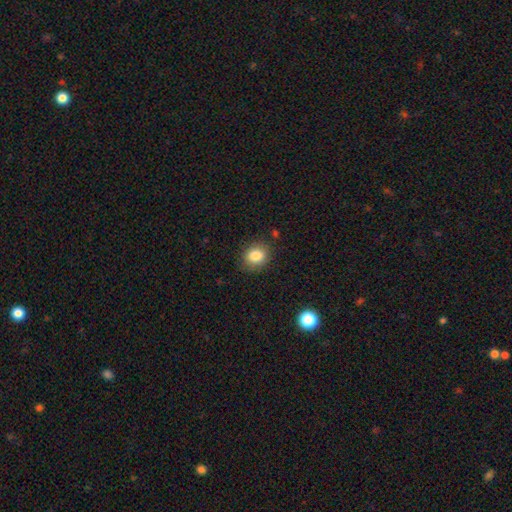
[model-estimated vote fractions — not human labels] Morphology: type=smooth (84%); roundness=round (59%); merging=none (83%).